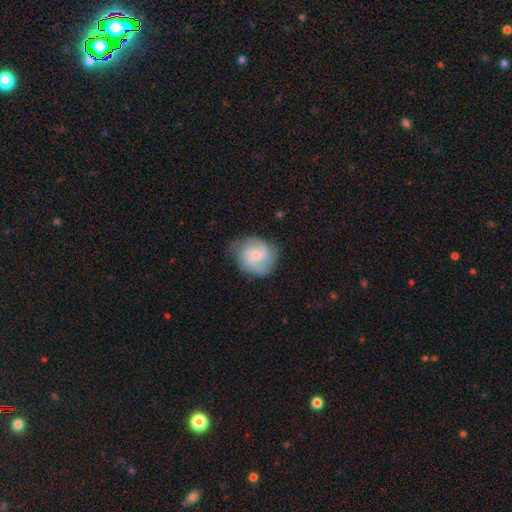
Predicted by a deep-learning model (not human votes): smooth_or_featured: featured or disk (p=0.72) [alt: smooth p=0.22]
disk_edge_on: no (p=0.98) [alt: yes p=0.02]
bar: no (p=0.56) [alt: weak p=0.39]
has_spiral_arms: yes (p=0.95) [alt: no p=0.05]
spiral_winding: medium (p=0.50) [alt: tight p=0.31]
spiral_arm_count: 2 (p=0.65) [alt: 3 p=0.14]
bulge_size: small (p=0.64) [alt: moderate p=0.17]
merging: none (p=0.72) [alt: minor disturbance p=0.19]